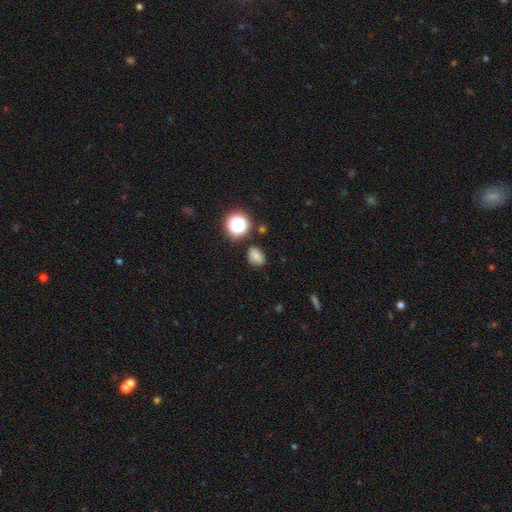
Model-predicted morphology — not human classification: smooth 70%, star or artifact 17%, featured or disk 12%. Down the decision tree: how rounded — in between (53%); merging — none (73%).